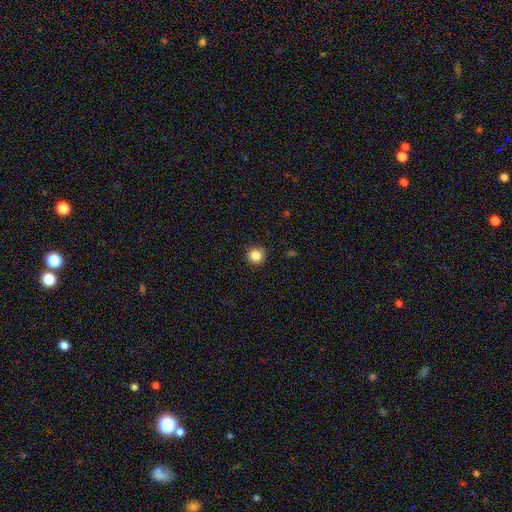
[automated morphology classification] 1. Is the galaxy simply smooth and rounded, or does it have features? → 86% smooth, 11% star or artifact, 4% featured or disk.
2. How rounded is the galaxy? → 93% round, 6% in between, 1% cigar-shaped.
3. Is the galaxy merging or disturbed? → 90% none, 7% minor disturbance, 2% major disturbance, 1% merger.